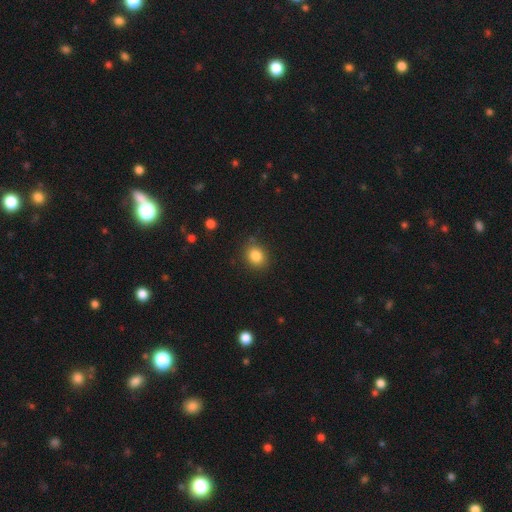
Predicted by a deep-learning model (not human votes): Smooth or featured? smooth (84%)
How rounded? round (60%)
Merging? none (83%)